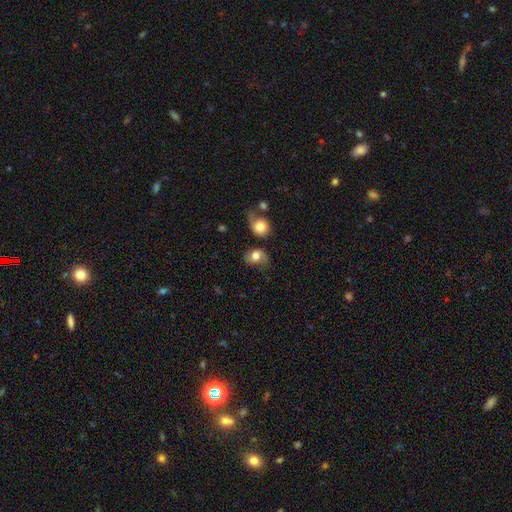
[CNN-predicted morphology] Smooth or featured? Predicted: smooth (p=0.74). How rounded? Predicted: in between (p=0.56). Merging? Predicted: none (p=0.45).